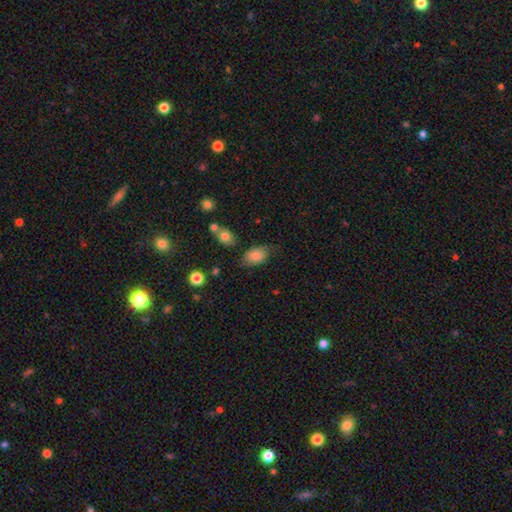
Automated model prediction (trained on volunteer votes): This is clearly a smooth galaxy (82%). How rounded: clearly in between (86%). Merging: possibly none (59%).